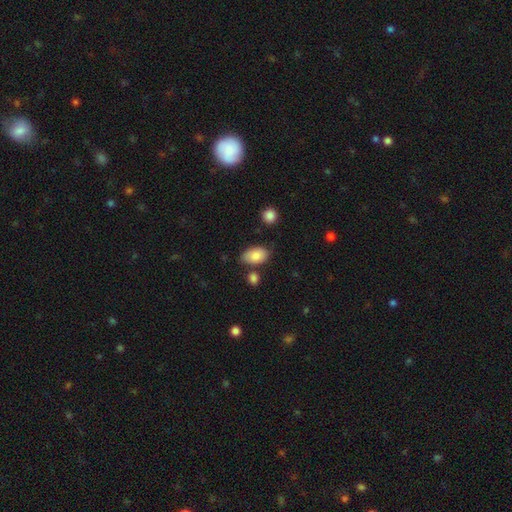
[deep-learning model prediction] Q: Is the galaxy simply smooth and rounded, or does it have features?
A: smooth — 84%.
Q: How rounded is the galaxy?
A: in between — 92%.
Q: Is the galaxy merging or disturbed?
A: none — 70%.